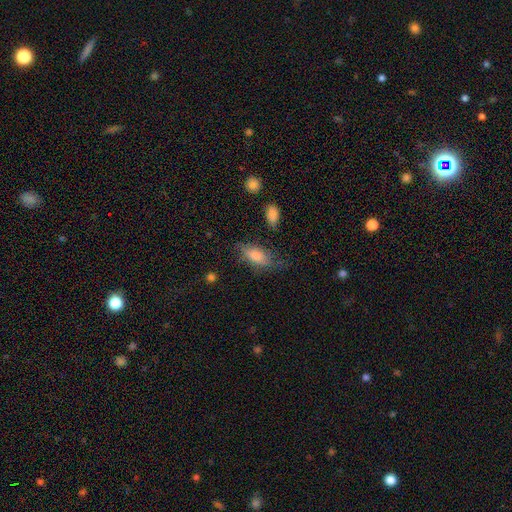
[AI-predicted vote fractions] Overall: smooth (71%). How rounded: in between (81%). Merging: none (61%; minor disturbance 25%).